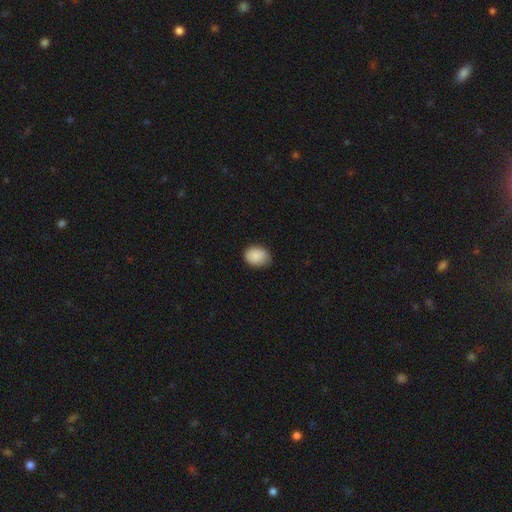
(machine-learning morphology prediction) smooth_or_featured: smooth (p=0.88) [alt: star or artifact p=0.07]
how_rounded: in between (p=0.60) [alt: round p=0.39]
merging: none (p=0.69) [alt: minor disturbance p=0.27]